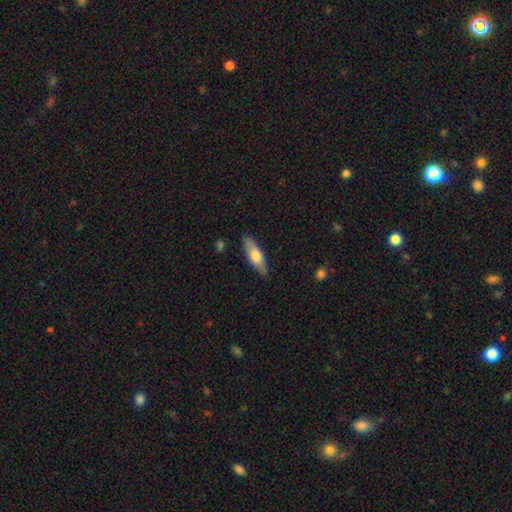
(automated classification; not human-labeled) The model was most divided on "how rounded": in between: 52%, cigar-shaped: 46%, round: 2%. More confident: merging — none (86%); smooth or featured — smooth (63%).